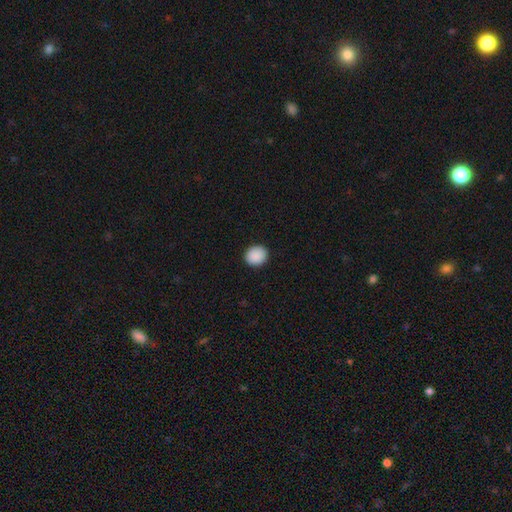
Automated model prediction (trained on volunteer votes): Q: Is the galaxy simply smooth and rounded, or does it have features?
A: smooth — 90%.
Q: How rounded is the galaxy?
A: round — 79%.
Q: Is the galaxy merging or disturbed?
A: none — 92%.